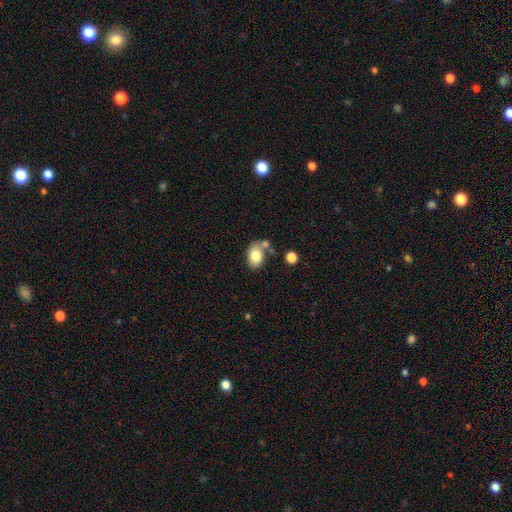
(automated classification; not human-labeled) Smooth or featured? smooth (79%)
How rounded? in between (77%)
Merging? none (53%)